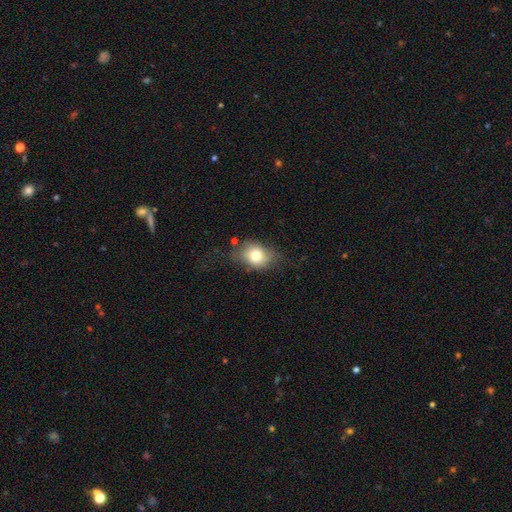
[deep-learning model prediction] A smooth galaxy with no disk features (75%) that is in between round and cigar-shaped (63%).

Vote fractions:
- Smooth or featured? smooth: 75% / featured or disk: 16% / star or artifact: 9%
- How rounded? in between: 63% / round: 36% / cigar-shaped: 1%
- Merging? none: 59% / minor disturbance: 28% / major disturbance: 11% / merger: 3%